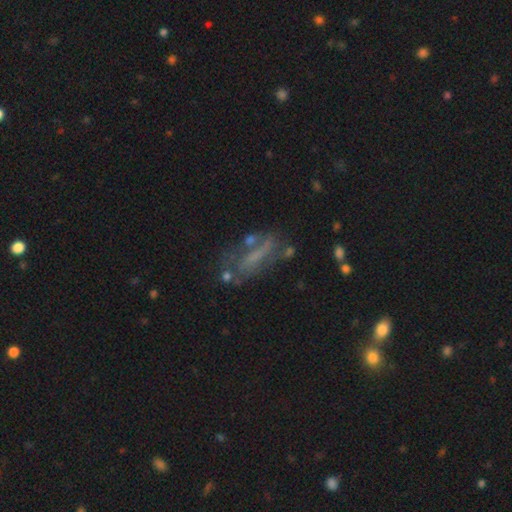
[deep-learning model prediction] featured or disk 48%, smooth 33%, star or artifact 19%. Down the decision tree: merging — none (47%).